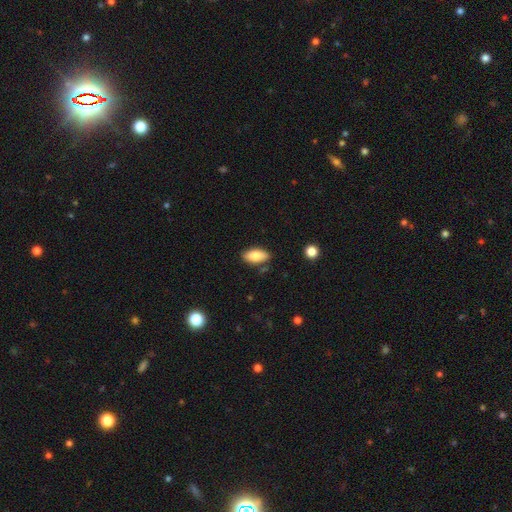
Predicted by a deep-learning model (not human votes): Smooth or featured? Predicted: smooth (p=0.83). How rounded? Predicted: in between (p=0.90). Merging? Predicted: none (p=0.83).